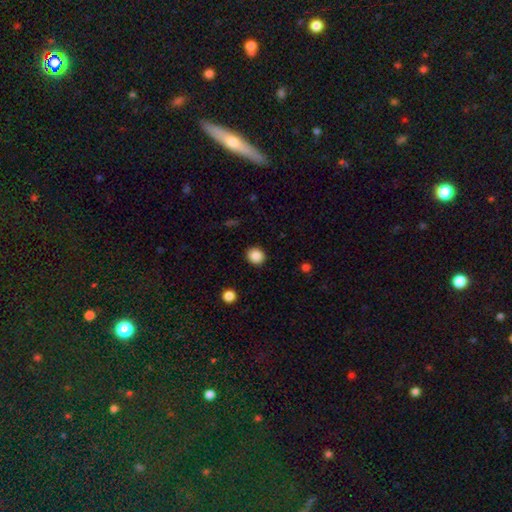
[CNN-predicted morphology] Smooth or featured?
  - smooth: 87% *
  - star or artifact: 9%
  - featured or disk: 4%
How rounded?
  - round: 77% *
  - in between: 22%
  - cigar-shaped: 1%
Merging?
  - none: 91% *
  - minor disturbance: 6%
  - major disturbance: 2%
  - merger: 1%